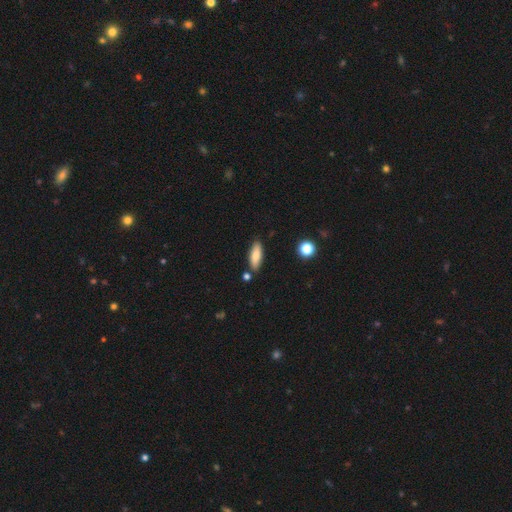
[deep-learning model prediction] Smooth or featured? Predicted: smooth (p=0.79). How rounded? Predicted: in between (p=0.65). Merging? Predicted: none (p=0.82).